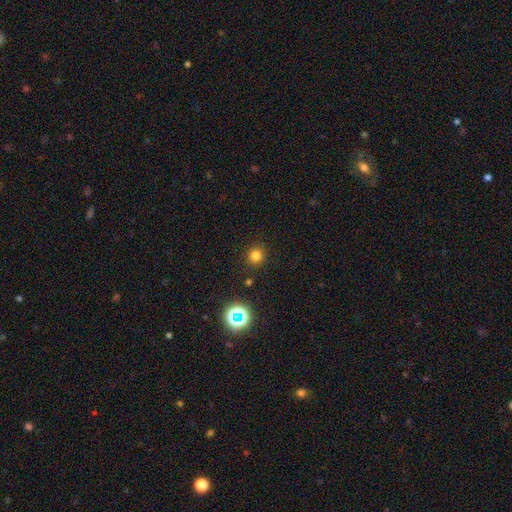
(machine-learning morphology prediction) Smooth or featured: smooth — 76% (star or artifact — 19%)
How rounded: round — 93% (in between — 6%)
Merging: none — 90% (minor disturbance — 6%)